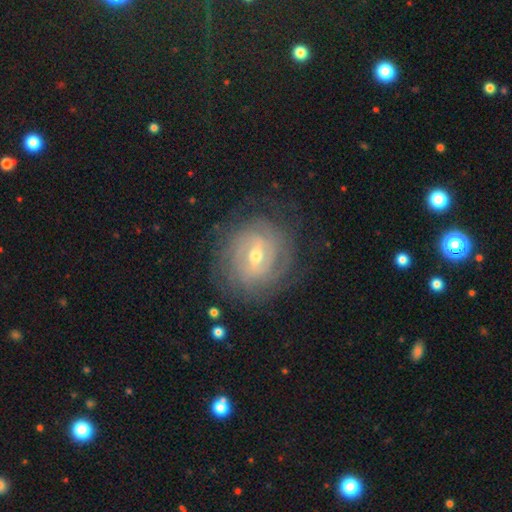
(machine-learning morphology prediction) A featured or disk galaxy (82%) with a weak bar (48%), tight (77%) spiral arms (92%) and a moderate central bulge (55%). Merging: none (81%).